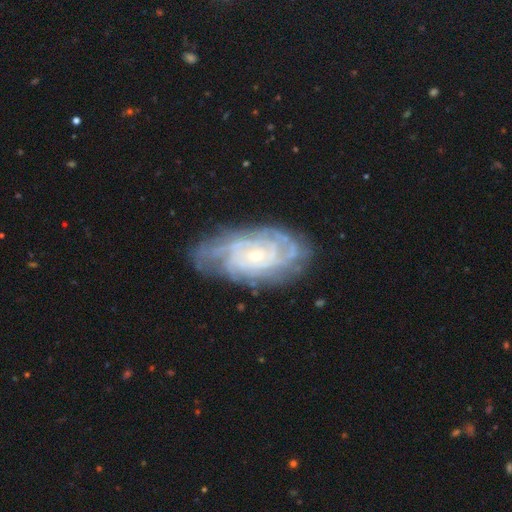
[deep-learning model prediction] Q: Smooth or featured?
A: featured or disk (86%); runner-up: smooth (8%)
Q: Edge-on disk?
A: no (95%); runner-up: yes (5%)
Q: Bar?
A: no (72%); runner-up: weak (23%)
Q: Spiral arms?
A: yes (97%); runner-up: no (3%)
Q: Spiral winding?
A: tight (76%); runner-up: medium (20%)
Q: Spiral arm count?
A: can't tell (35%); runner-up: 4 (19%)
Q: Bulge size?
A: small (69%); runner-up: moderate (26%)
Q: Merging?
A: none (73%); runner-up: minor disturbance (19%)